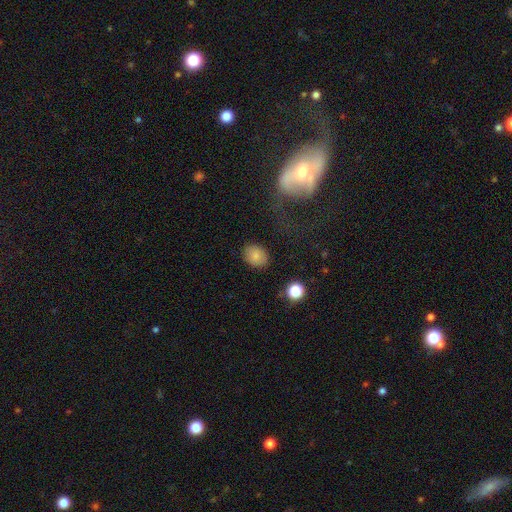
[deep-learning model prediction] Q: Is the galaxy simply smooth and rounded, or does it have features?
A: smooth — 82%.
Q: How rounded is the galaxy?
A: in between — 58%.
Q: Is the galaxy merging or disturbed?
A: none — 85%.